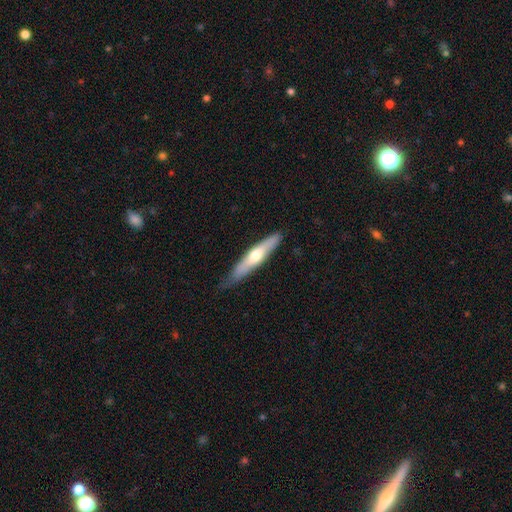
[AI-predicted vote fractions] Overall: smooth (49%; featured or disk 46%). Merging: none (76%).